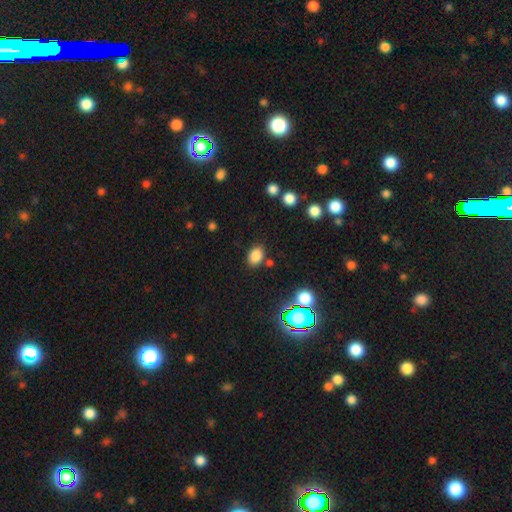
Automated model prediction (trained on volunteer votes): smooth_or_featured: smooth (p=0.82) [alt: star or artifact p=0.13]
how_rounded: in between (p=0.71) [alt: round p=0.28]
merging: none (p=0.79) [alt: minor disturbance p=0.12]